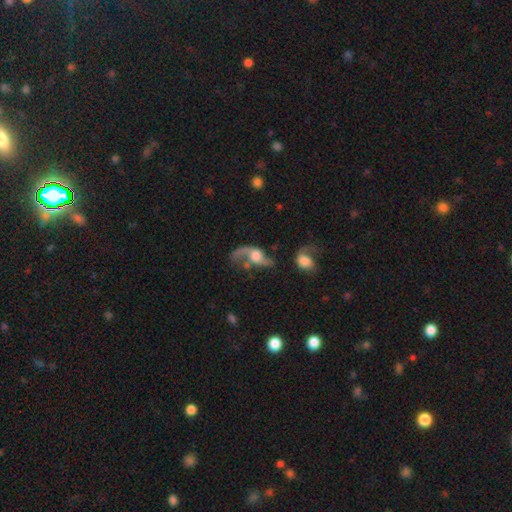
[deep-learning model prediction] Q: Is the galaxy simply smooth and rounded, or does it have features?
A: featured or disk — 79%.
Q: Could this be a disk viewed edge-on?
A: no — 93%.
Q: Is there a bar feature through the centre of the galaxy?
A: no — 64%.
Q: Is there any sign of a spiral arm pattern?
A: yes — 89%.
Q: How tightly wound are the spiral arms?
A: loose — 84%.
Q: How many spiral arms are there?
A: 2 — 82%.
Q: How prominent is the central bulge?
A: moderate — 44%.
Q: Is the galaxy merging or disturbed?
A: none — 37%.